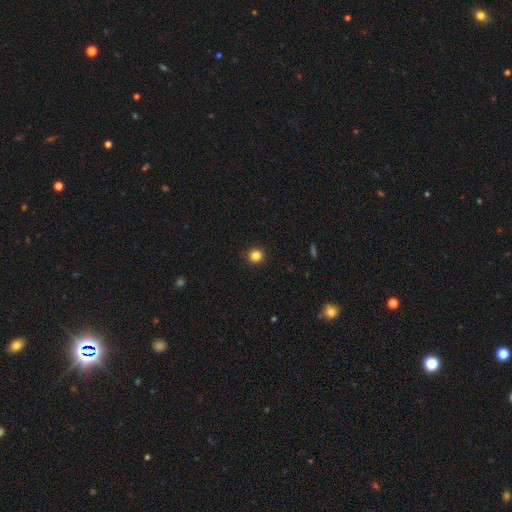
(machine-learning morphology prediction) This is clearly a smooth galaxy (84%). How rounded: clearly round (89%). Merging: clearly none (91%).